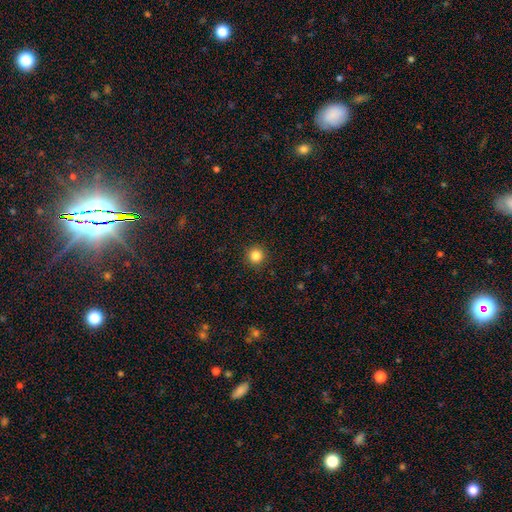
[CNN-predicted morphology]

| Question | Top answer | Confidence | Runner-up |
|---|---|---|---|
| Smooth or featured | smooth | 84% | star or artifact (12%) |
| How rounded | round | 96% | in between (4%) |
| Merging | none | 92% | minor disturbance (5%) |